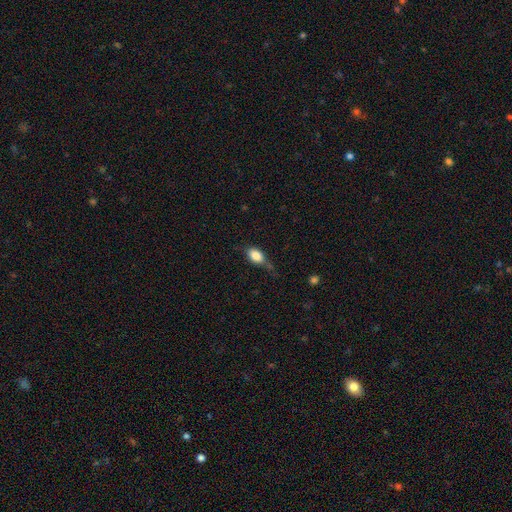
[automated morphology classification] Smooth or featured? smooth (81%)
How rounded? in between (84%)
Merging? none (47%)